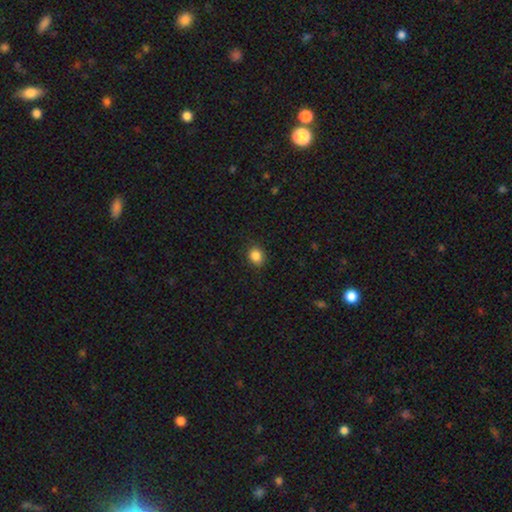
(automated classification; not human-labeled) This is clearly a smooth galaxy (86%). How rounded: likely round (67%). Merging: clearly none (88%).